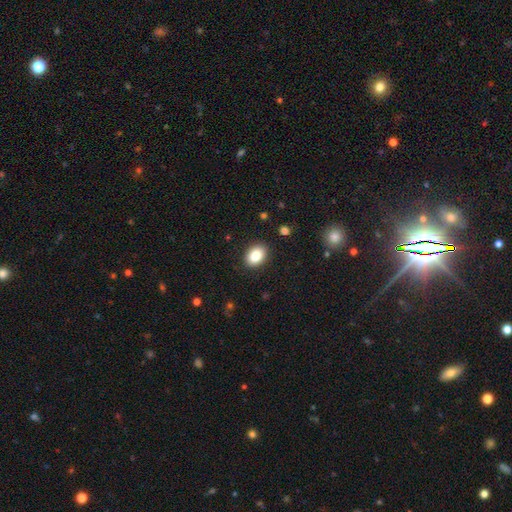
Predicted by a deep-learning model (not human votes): A smooth galaxy with no disk features (85%) that is in between round and cigar-shaped (74%).

Vote fractions:
- Smooth or featured? smooth: 85% / star or artifact: 8% / featured or disk: 7%
- How rounded? in between: 74% / round: 25% / cigar-shaped: 1%
- Merging? none: 89% / minor disturbance: 8% / major disturbance: 2% / merger: 1%